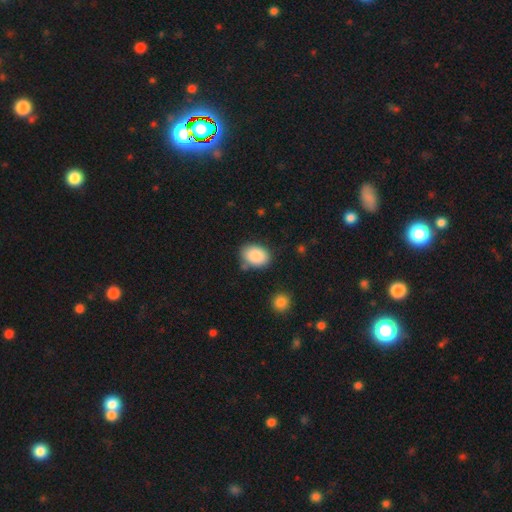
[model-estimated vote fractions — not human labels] smooth 89%, star or artifact 7%, featured or disk 5%. Down the decision tree: how rounded — in between (77%); merging — none (77%).